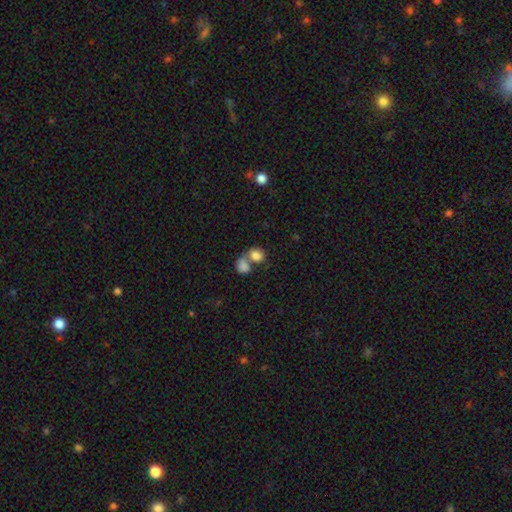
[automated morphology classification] A smooth galaxy with no disk features (82%) that is in between round and cigar-shaped (57%). Merging: merger (60%).